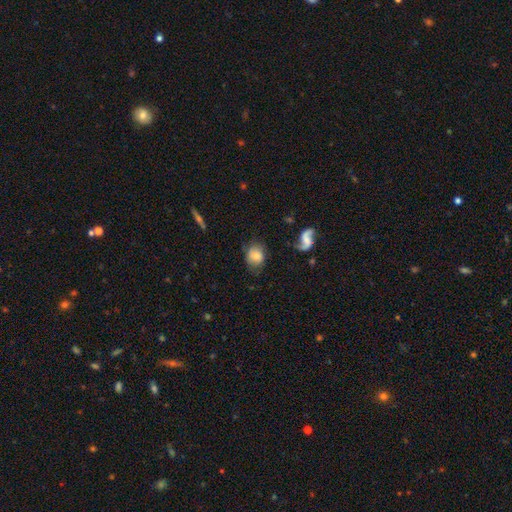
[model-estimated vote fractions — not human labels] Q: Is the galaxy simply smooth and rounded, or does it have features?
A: smooth — 68%.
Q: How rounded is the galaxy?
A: round — 55%.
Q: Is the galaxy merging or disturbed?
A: none — 66%.